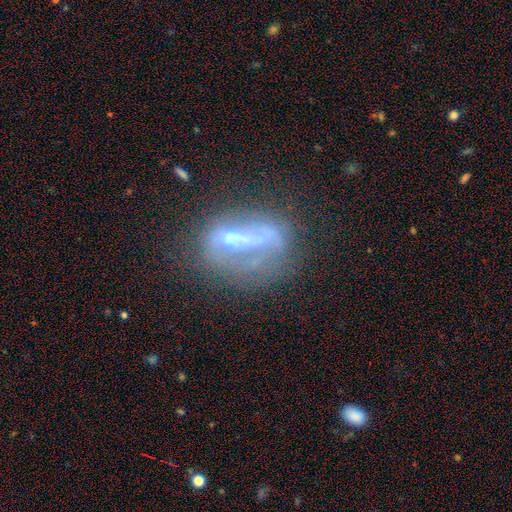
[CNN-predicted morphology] Smooth or featured? featured or disk (57%)
Edge-on disk? no (69%)
Merging? none (55%)